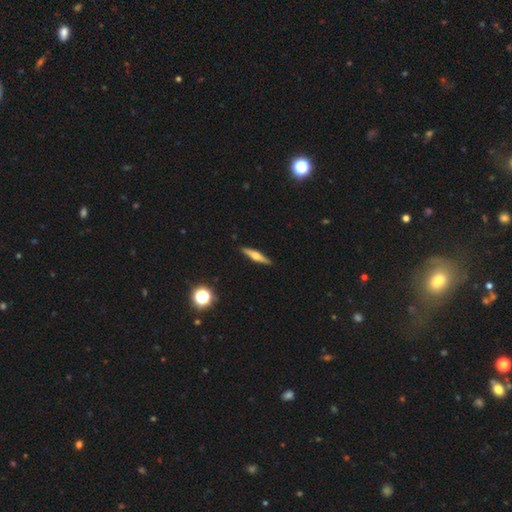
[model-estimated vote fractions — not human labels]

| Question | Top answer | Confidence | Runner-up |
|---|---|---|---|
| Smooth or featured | featured or disk | 61% | smooth (33%) |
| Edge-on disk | yes | 96% | no (4%) |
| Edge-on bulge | rounded | 92% | boxy (4%) |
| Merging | none | 90% | minor disturbance (7%) |